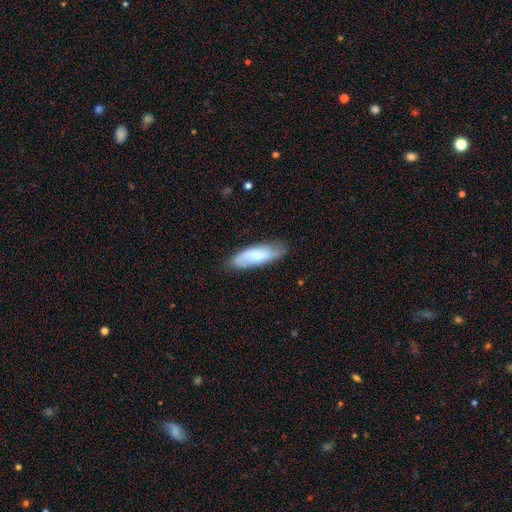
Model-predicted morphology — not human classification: Smooth or featured: smooth — 62% (featured or disk — 32%)
How rounded: in between — 62% (cigar-shaped — 36%)
Merging: none — 78% (minor disturbance — 17%)